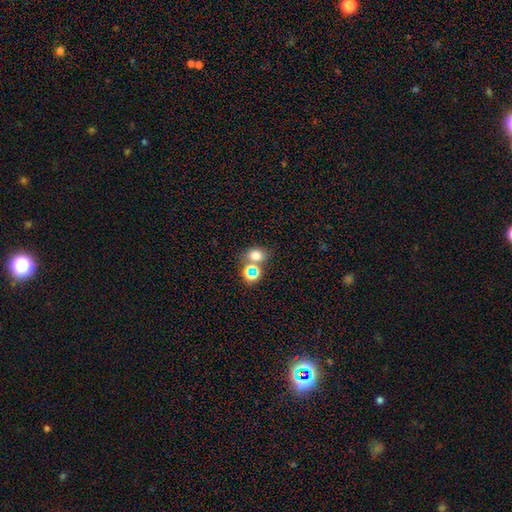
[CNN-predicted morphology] Smooth or featured?
  - smooth: 69% *
  - star or artifact: 22%
  - featured or disk: 9%
How rounded?
  - round: 59% *
  - in between: 40%
  - cigar-shaped: 1%
Merging?
  - none: 62% *
  - merger: 25%
  - minor disturbance: 9%
  - major disturbance: 4%